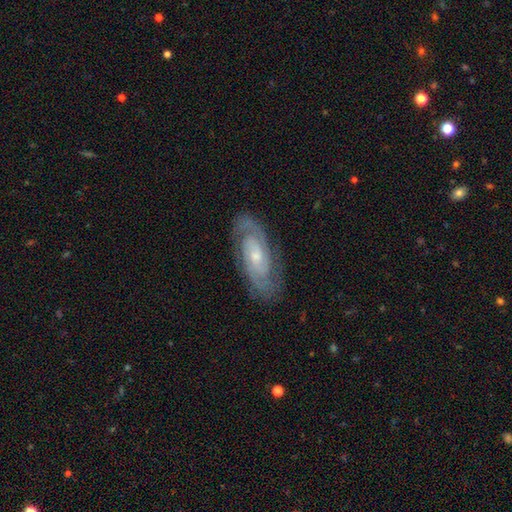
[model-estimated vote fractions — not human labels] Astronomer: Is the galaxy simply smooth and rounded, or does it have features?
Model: featured or disk — 87%.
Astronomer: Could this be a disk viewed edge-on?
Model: no — 94%.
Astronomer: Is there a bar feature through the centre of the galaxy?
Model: no — 61%.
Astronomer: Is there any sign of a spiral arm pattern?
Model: yes — 97%.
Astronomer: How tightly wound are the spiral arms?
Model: tight — 63%.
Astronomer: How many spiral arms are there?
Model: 2 — 75%.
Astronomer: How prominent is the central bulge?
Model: small — 59% (runner-up: moderate, 36%).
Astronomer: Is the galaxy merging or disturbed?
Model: none — 82%.